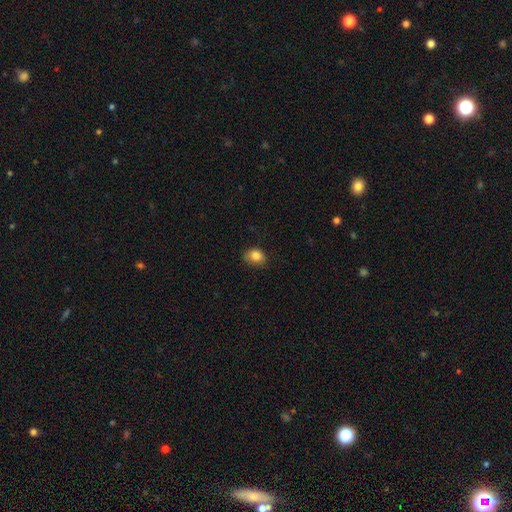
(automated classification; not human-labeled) smooth-or-featured: smooth: 84% | star or artifact: 9% | featured or disk: 7%
  how-rounded: in between: 64% | round: 35% | cigar-shaped: 1%
  merging: none: 73% | minor disturbance: 22% | major disturbance: 4% | merger: 1%